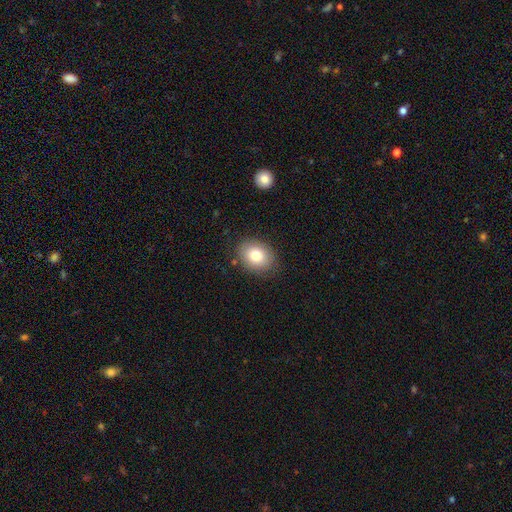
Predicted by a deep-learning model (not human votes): A smooth galaxy with no disk features (82%) that is in between round and cigar-shaped (58%). Merging: none (84%).